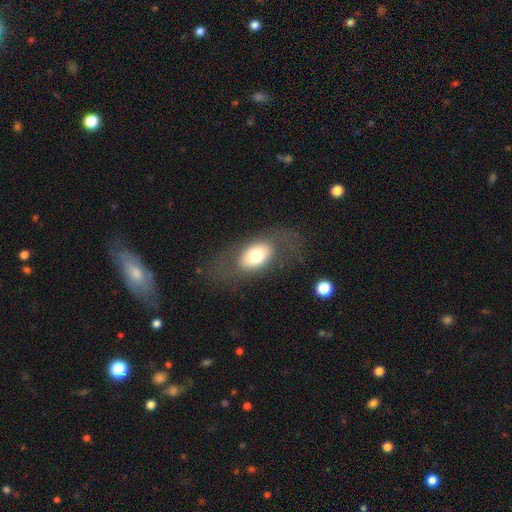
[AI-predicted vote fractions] This appears to be a smooth galaxy with no disk features (64%) that is in between round and cigar-shaped (87%). Merging: none (72%).